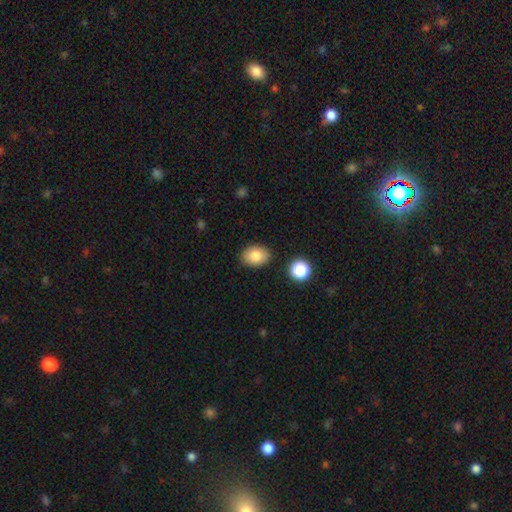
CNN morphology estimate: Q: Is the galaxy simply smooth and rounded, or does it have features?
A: smooth — 83%.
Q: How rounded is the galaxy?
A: in between — 76%.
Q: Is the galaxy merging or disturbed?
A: none — 85%.